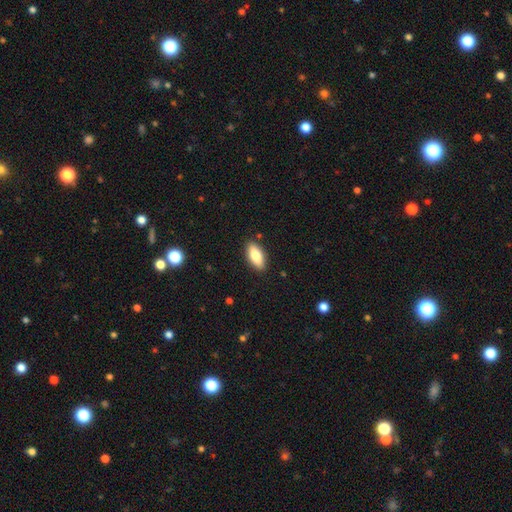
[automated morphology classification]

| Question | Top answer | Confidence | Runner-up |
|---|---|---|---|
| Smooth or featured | smooth | 79% | featured or disk (14%) |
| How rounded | in between | 85% | cigar-shaped (12%) |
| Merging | none | 88% | minor disturbance (9%) |